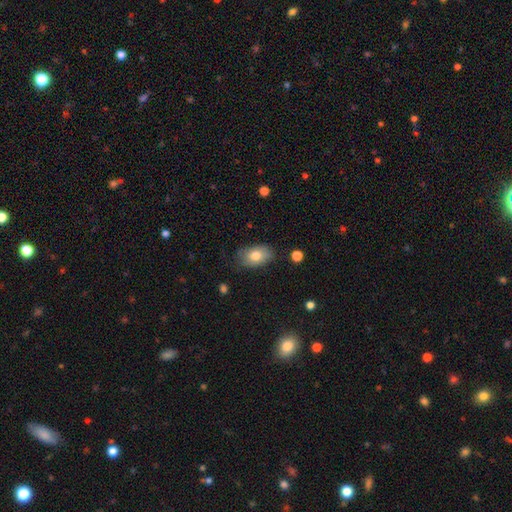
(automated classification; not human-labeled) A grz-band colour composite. It shows a smooth galaxy with no disk features (78%) that is in between round and cigar-shaped (88%). Merging: none (74%).